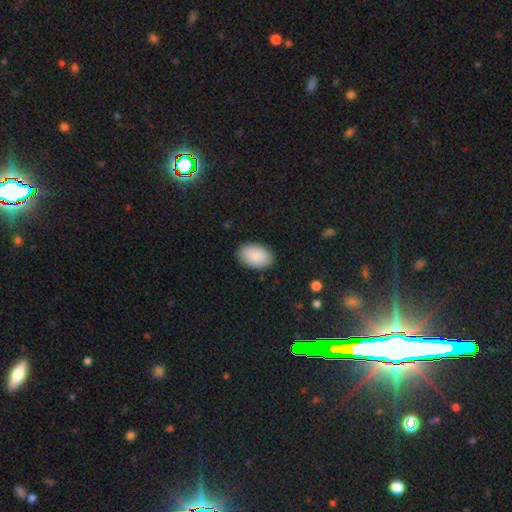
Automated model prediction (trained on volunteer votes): Smooth or featured: smooth — 90% (star or artifact — 6%)
How rounded: in between — 93% (round — 6%)
Merging: none — 88% (minor disturbance — 9%)